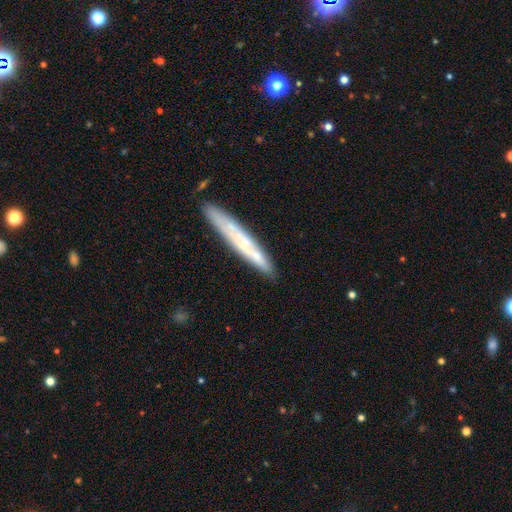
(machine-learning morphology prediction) Overall: smooth (48%; featured or disk 45%). Merging: none (77%).